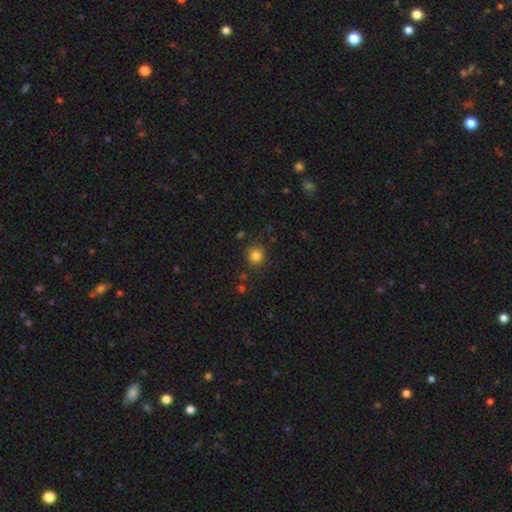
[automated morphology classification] This appears to be a smooth galaxy with no disk features (82%) that is round (87%). Merging: none (84%).